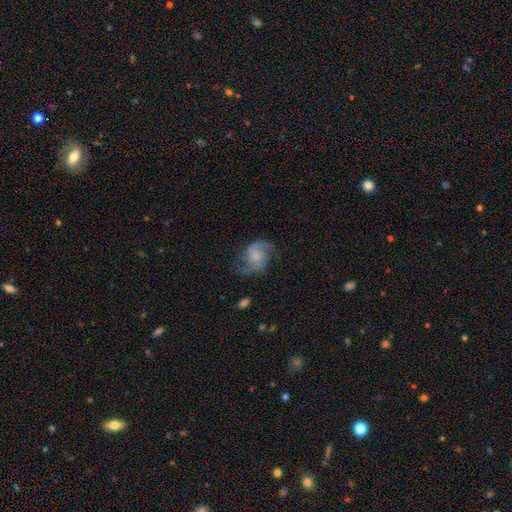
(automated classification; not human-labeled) smooth-or-featured: featured or disk: 65% | smooth: 26% | star or artifact: 8%
  disk-edge-on: no: 98% | yes: 2%
    bar: no: 65% | weak: 30% | strong: 5%
    has-spiral-arms: yes: 91% | no: 9%
      spiral-winding: loose: 49% | medium: 40% | tight: 11%
      spiral-arm-count: 2: 85% | can't tell: 6% | 1: 4% | 3: 2% | 4: 1% | more than 4: 1%
    bulge-size: small: 33% | none: 29% | moderate: 26% | large: 10% | dominant: 3%
  merging: none: 59% | minor disturbance: 22% | major disturbance: 17% | merger: 2%